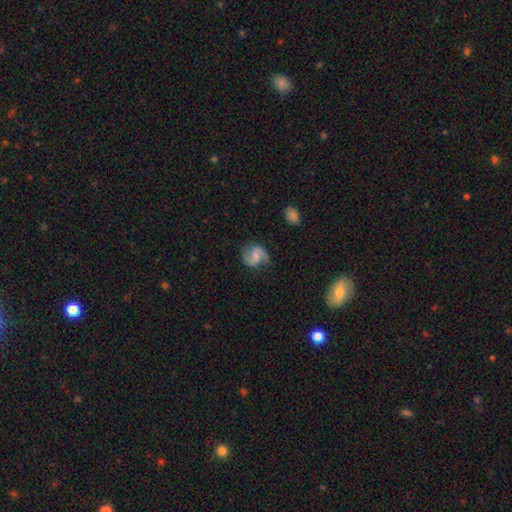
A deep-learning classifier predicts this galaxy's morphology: A featured or disk galaxy (76%) with no bar (46%), 2 (91%) medium (51%) spiral arms (96%) and a small central bulge (44%).

Vote fractions:
- Smooth or featured? featured or disk: 76% / smooth: 18% / star or artifact: 7%
- Edge-on disk? no: 98% / yes: 2%
- Bar? no: 46% / weak: 45% / strong: 10%
- Spiral arms? yes: 96% / no: 4%
- Spiral winding? medium: 51% / loose: 32% / tight: 17%
- Spiral arm count? 2: 91% / can't tell: 3% / 1: 2% / 3: 1% / 4: 1% / more than 4: 1%
- Bulge size? small: 44% / moderate: 31% / none: 20% / large: 3% / dominant: 1%
- Merging? none: 79% / minor disturbance: 15% / major disturbance: 5% / merger: 1%